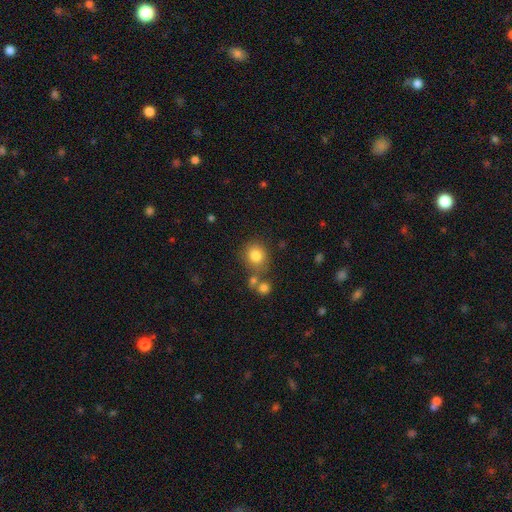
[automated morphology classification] Smooth or featured? Predicted: smooth (p=0.81). How rounded? Predicted: round (p=0.85). Merging? Predicted: none (p=0.71).